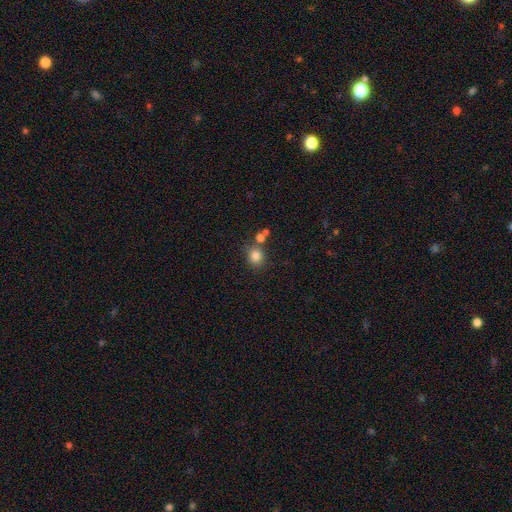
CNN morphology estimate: Smooth or featured: smooth — 82% (star or artifact — 12%)
How rounded: round — 80% (in between — 19%)
Merging: none — 70% (merger — 16%)